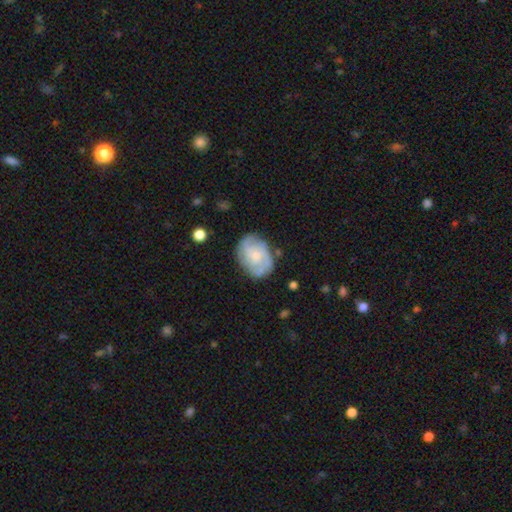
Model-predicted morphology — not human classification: Smooth or featured: featured or disk — 72% (smooth — 22%)
Edge-on disk: no — 98% (yes — 2%)
Bar: no — 67% (weak — 30%)
Spiral arms: yes — 92% (no — 8%)
Spiral winding: tight — 44% (medium — 42%)
Spiral arm count: 3 — 30% (2 — 28%)
Bulge size: small — 51% (moderate — 34%)
Merging: none — 75% (minor disturbance — 18%)